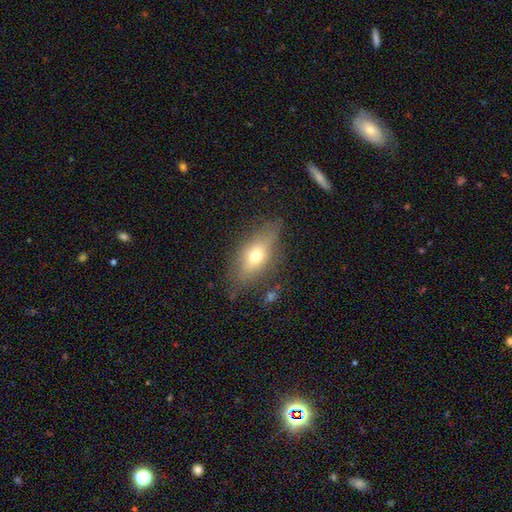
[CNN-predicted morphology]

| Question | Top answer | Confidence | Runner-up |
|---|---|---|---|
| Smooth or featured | smooth | 55% | featured or disk (35%) |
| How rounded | in between | 68% | cigar-shaped (24%) |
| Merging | none | 73% | minor disturbance (18%) |